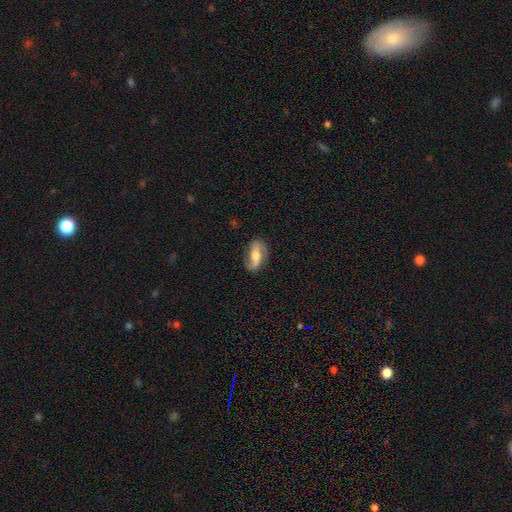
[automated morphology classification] smooth-or-featured: featured or disk: 62% | smooth: 31% | star or artifact: 7%
  disk-edge-on: no: 90% | yes: 10%
    bar: strong: 35% | weak: 33% | no: 32%
    has-spiral-arms: yes: 83% | no: 17%
    bulge-size: moderate: 66% | small: 18% | large: 12% | none: 2% | dominant: 2%
  merging: none: 77% | minor disturbance: 16% | major disturbance: 6% | merger: 1%